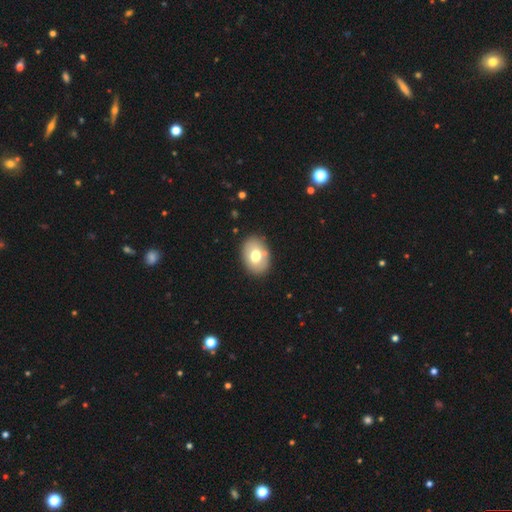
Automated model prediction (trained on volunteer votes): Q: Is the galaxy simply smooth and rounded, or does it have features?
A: smooth — 69%.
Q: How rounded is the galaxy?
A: in between — 77%.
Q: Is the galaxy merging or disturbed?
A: none — 84%.